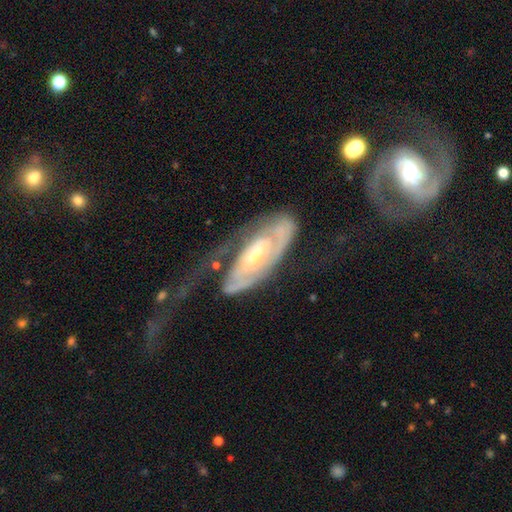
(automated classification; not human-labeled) This is clearly a featured or disk galaxy (82%). It is clearly not viewed edge-on (90%). Bar: possibly no (48%). Spiral arm pattern: clearly yes (87%). Spiral arm count: marginally 2 (42%). Spiral winding: possibly tight (51%). Central bulge: possibly small (49%). Merging: possibly major disturbance (45%).